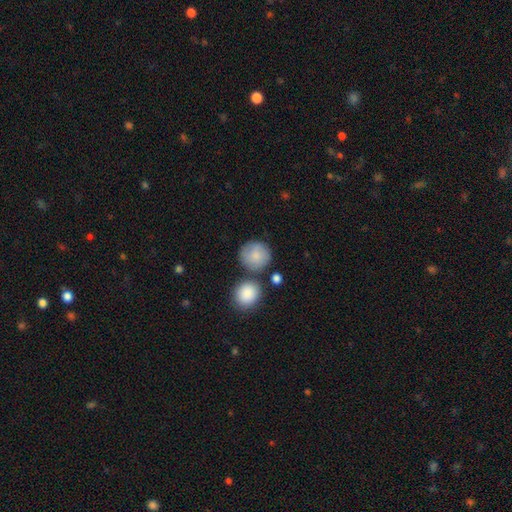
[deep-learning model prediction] Smooth or featured?
  - smooth: 81% *
  - featured or disk: 12%
  - star or artifact: 6%
How rounded?
  - round: 90% *
  - in between: 9%
  - cigar-shaped: 1%
Merging?
  - none: 67% *
  - minor disturbance: 15%
  - merger: 14%
  - major disturbance: 5%